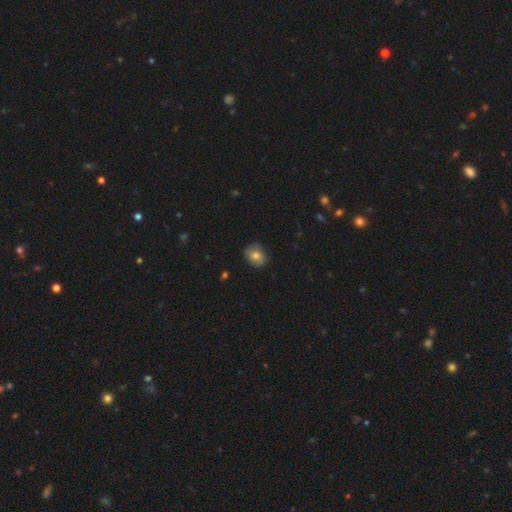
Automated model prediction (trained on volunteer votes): Morphology: type=smooth (77%); roundness=in between (56%); merging=none (77%).